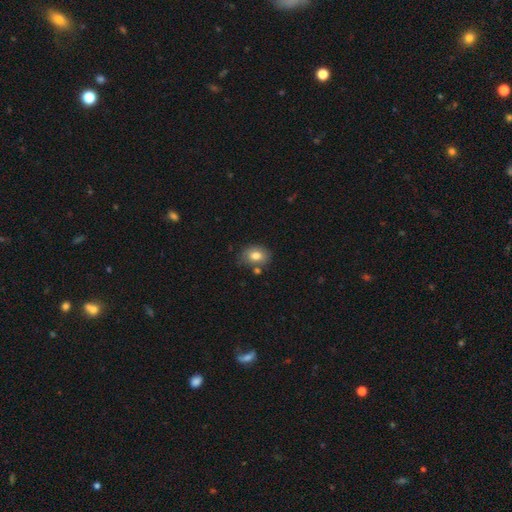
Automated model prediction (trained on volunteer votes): smooth-or-featured: smooth: 78% | featured or disk: 13% | star or artifact: 9%
  how-rounded: in between: 67% | round: 32% | cigar-shaped: 1%
  merging: none: 68% | minor disturbance: 19% | merger: 8% | major disturbance: 4%